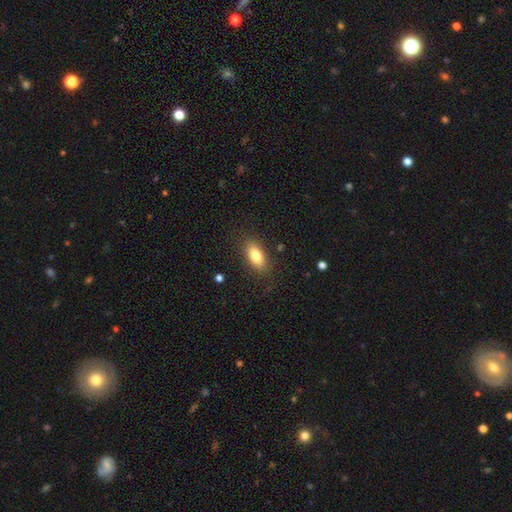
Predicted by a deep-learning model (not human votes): smooth 78%, featured or disk 14%, star or artifact 8%. Down the decision tree: how rounded — in between (86%); merging — none (85%).